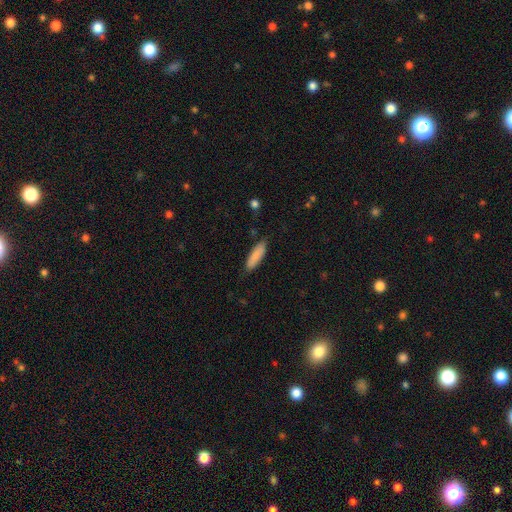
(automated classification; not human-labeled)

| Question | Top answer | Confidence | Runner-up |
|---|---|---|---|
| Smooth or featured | smooth | 87% | featured or disk (8%) |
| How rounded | cigar-shaped | 59% | in between (40%) |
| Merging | none | 83% | minor disturbance (13%) |